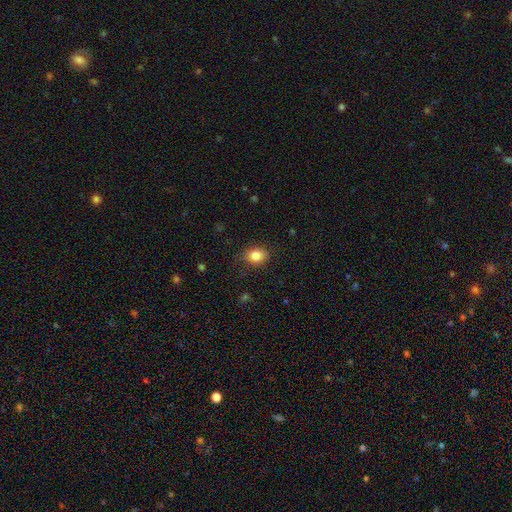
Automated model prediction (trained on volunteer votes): A smooth galaxy with no disk features (84%) that is in between round and cigar-shaped (56%).

Vote fractions:
- Smooth or featured? smooth: 84% / star or artifact: 9% / featured or disk: 6%
- How rounded? in between: 56% / round: 43% / cigar-shaped: 1%
- Merging? none: 82% / minor disturbance: 14% / major disturbance: 4% / merger: 1%